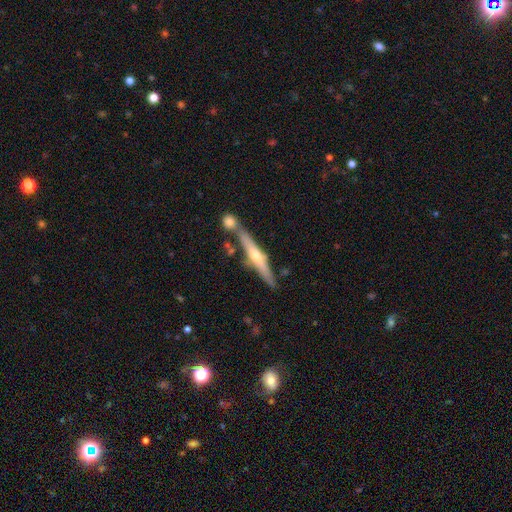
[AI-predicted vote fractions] A featured or disk galaxy (71%) viewed edge-on (96%) with a rounded central bulge (85%). Merging: none (72%).